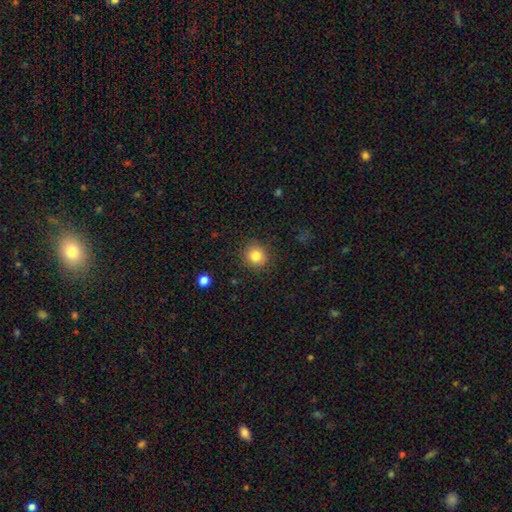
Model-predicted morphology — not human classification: Smooth or featured?
  - smooth: 83% *
  - star or artifact: 11%
  - featured or disk: 6%
How rounded?
  - round: 90% *
  - in between: 9%
  - cigar-shaped: 1%
Merging?
  - none: 89% *
  - minor disturbance: 8%
  - major disturbance: 3%
  - merger: 1%